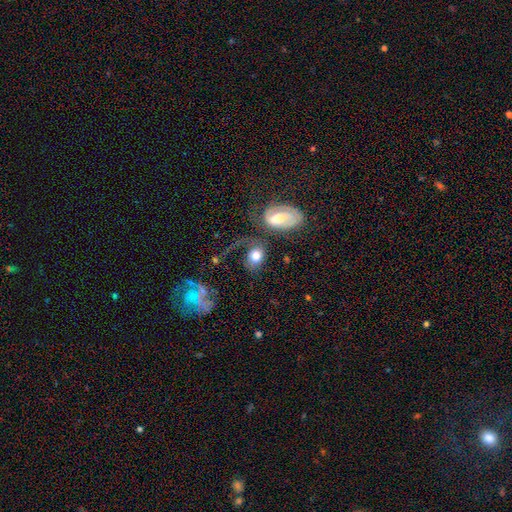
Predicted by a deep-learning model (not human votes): Q: Smooth or featured?
A: smooth (65%); runner-up: featured or disk (27%)
Q: How rounded?
A: in between (53%); runner-up: round (45%)
Q: Merging?
A: none (33%); runner-up: major disturbance (26%)